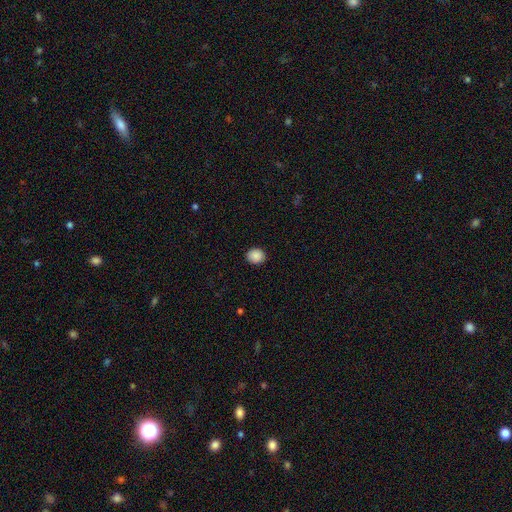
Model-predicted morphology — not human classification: smooth-or-featured: smooth: 88% | star or artifact: 8% | featured or disk: 4%
  how-rounded: round: 72% | in between: 27% | cigar-shaped: 1%
  merging: none: 89% | minor disturbance: 8% | major disturbance: 2% | merger: 1%